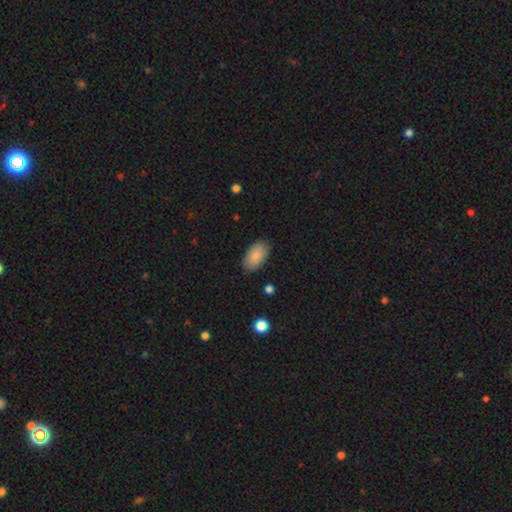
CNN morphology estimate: Smooth or featured? Predicted: smooth (p=0.87). How rounded? Predicted: in between (p=0.95). Merging? Predicted: none (p=0.86).